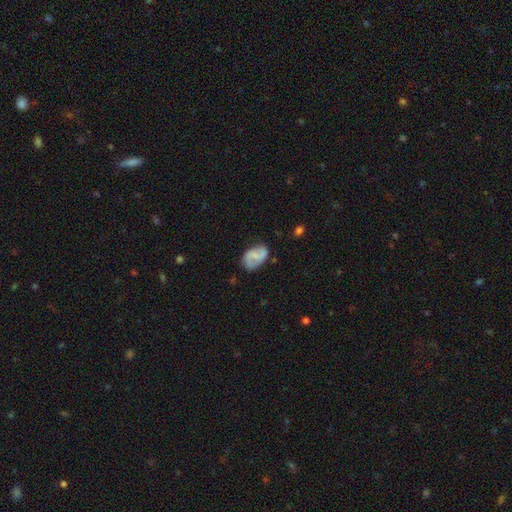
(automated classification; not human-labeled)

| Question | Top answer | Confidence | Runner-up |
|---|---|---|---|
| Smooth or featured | featured or disk | 50% | smooth (43%) |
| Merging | none | 60% | minor disturbance (26%) |